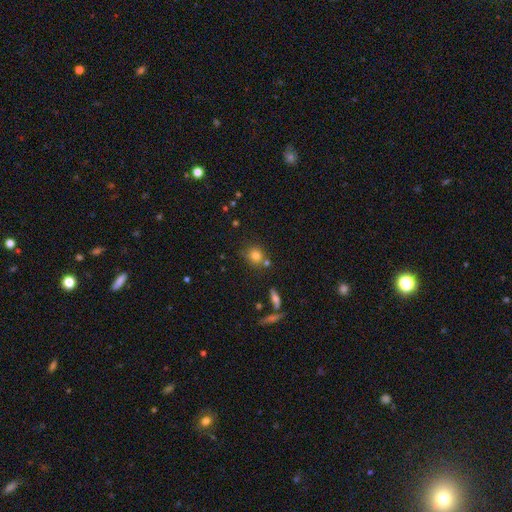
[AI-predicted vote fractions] Overall: smooth (79%). How rounded: round (79%). Merging: none (70%).